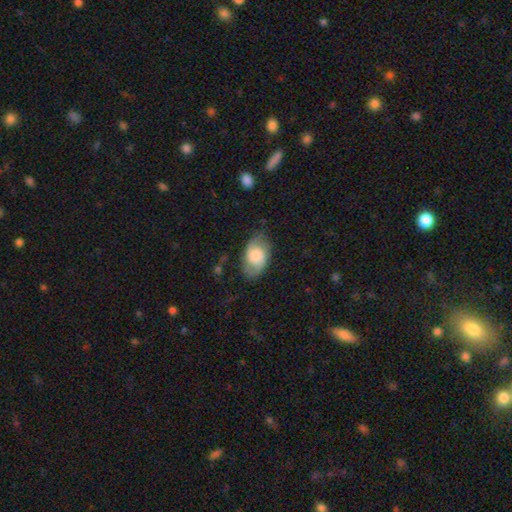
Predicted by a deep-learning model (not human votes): smooth_or_featured: smooth (p=0.52) [alt: featured or disk p=0.41]
how_rounded: in between (p=0.90) [alt: round p=0.09]
merging: none (p=0.69) [alt: minor disturbance p=0.22]